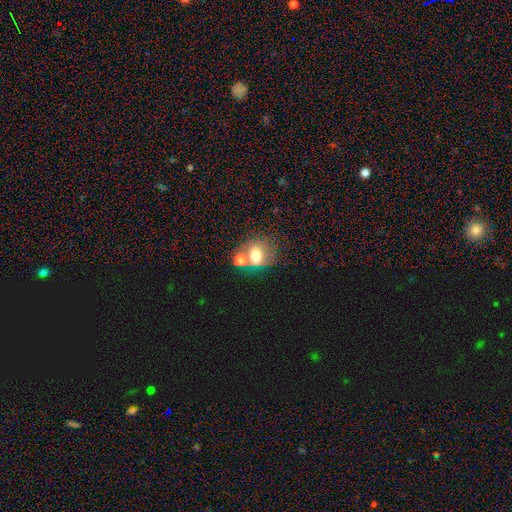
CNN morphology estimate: type=smooth (63%); roundness=round (60%); merging=merger (44%).